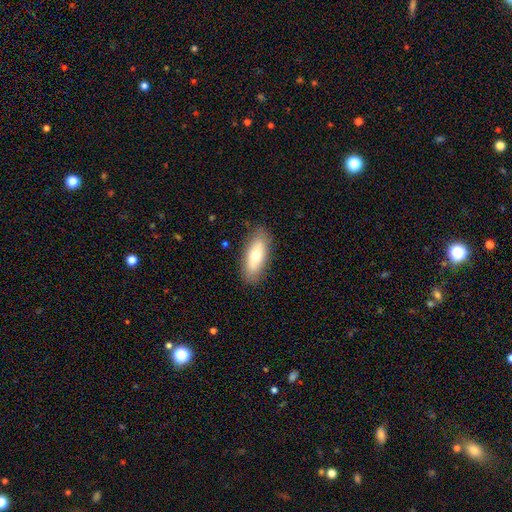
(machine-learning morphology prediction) type=smooth (68%); roundness=in between (77%); merging=none (85%).